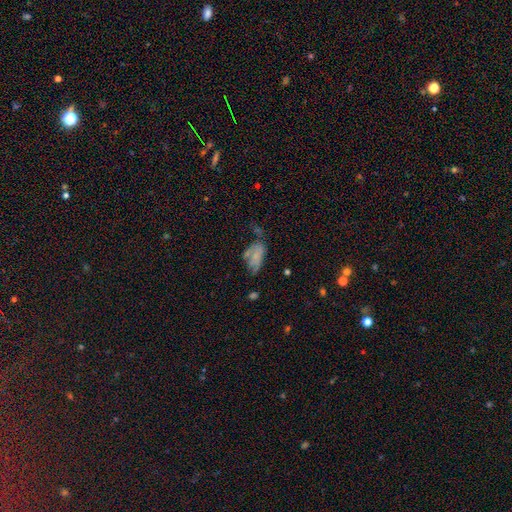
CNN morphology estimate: Smooth or featured?
  - smooth: 57% *
  - featured or disk: 30%
  - star or artifact: 13%
How rounded?
  - in between: 89% *
  - cigar-shaped: 6%
  - round: 5%
Merging?
  - none: 30% *
  - minor disturbance: 28%
  - major disturbance: 27%
  - merger: 15%